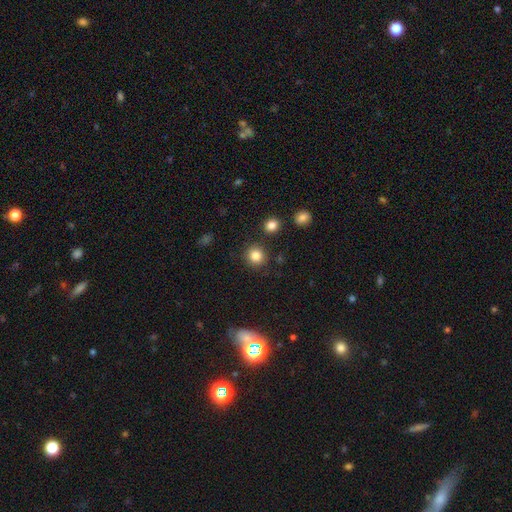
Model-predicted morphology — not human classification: A smooth galaxy with no disk features (85%) that is round (91%). Merging: none (86%).